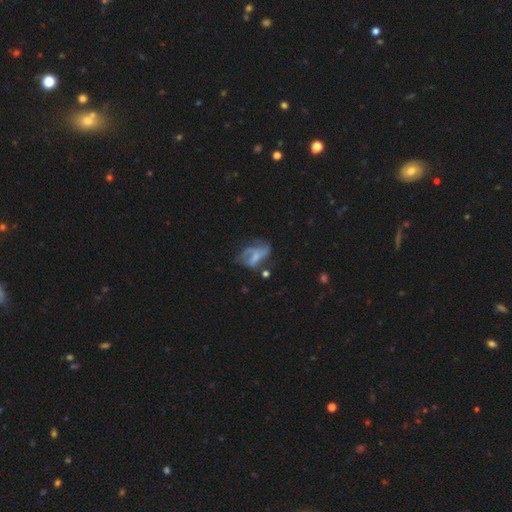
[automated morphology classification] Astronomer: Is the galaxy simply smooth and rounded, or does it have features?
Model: featured or disk — 52% (runner-up: smooth, 37%).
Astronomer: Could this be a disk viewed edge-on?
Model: no — 96%.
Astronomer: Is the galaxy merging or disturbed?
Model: major disturbance — 38% (runner-up: none, 29%).